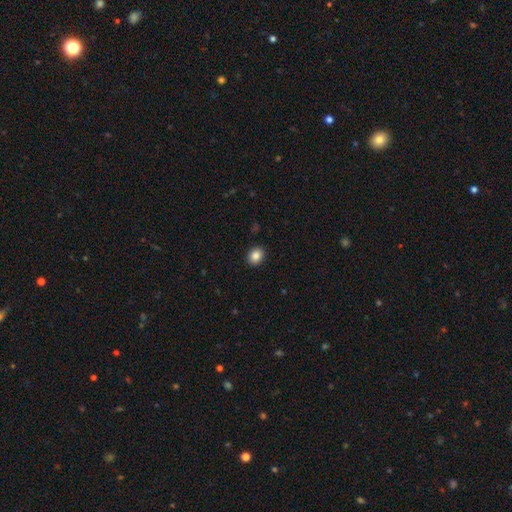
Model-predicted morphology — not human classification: Overall: smooth (86%). How rounded: round (53%; in between 46%). Merging: none (91%).